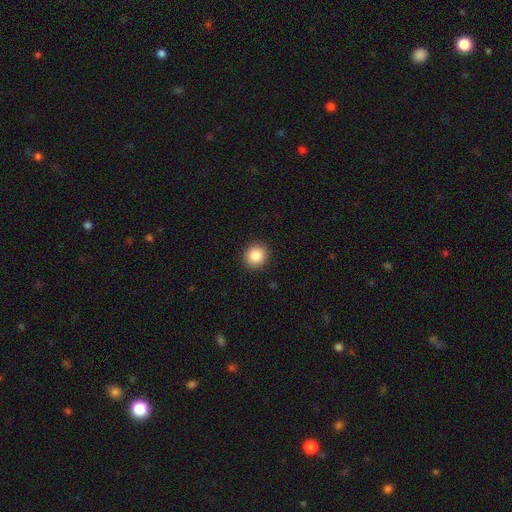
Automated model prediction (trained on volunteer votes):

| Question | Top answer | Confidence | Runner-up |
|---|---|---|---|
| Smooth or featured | smooth | 87% | star or artifact (9%) |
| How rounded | round | 87% | in between (12%) |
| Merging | none | 91% | minor disturbance (6%) |